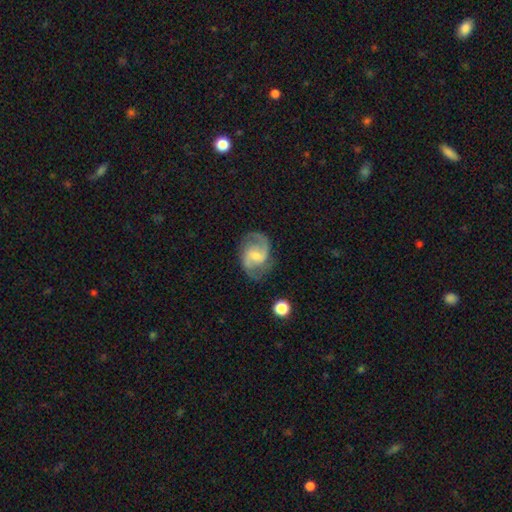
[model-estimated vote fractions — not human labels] featured or disk 85%, smooth 9%, star or artifact 5%. Down the decision tree: edge-on disk — no (98%); bar — weak (56%); spiral arms — yes (96%); spiral arm count — 2 (90%); spiral winding — medium (56%); bulge size — small (52%); merging — none (75%).